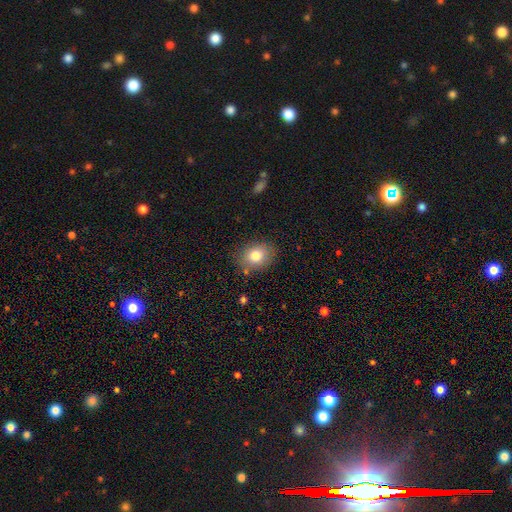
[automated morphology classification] smooth-or-featured: smooth: 80% | featured or disk: 11% | star or artifact: 10%
  how-rounded: in between: 58% | round: 41% | cigar-shaped: 1%
  merging: none: 81% | minor disturbance: 13% | major disturbance: 3% | merger: 2%